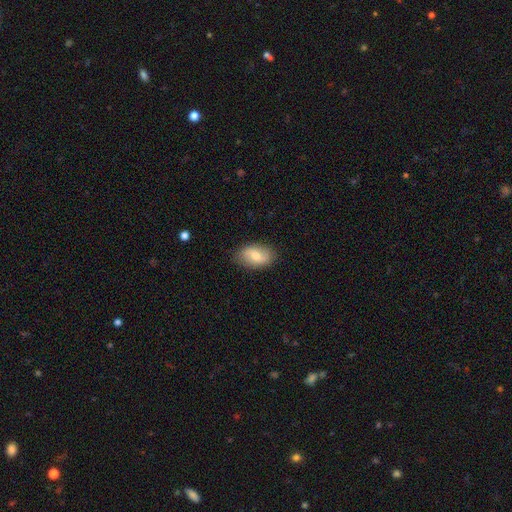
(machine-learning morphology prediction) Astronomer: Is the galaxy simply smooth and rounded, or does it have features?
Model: smooth — 63%.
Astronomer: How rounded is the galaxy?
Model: in between — 90%.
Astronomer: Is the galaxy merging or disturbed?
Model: none — 83%.